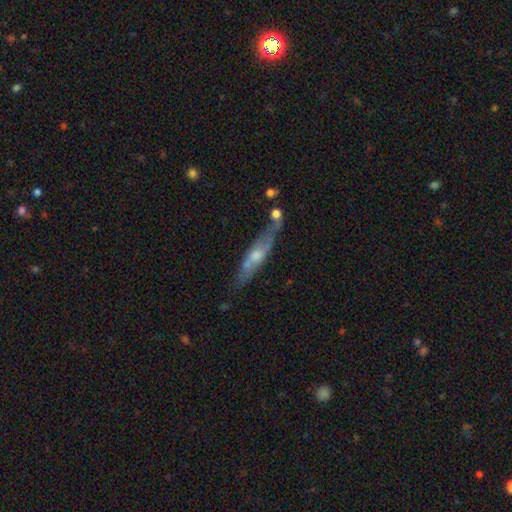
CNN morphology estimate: type=featured or disk (62%); edge-on=yes (70%); merging=none (63%).